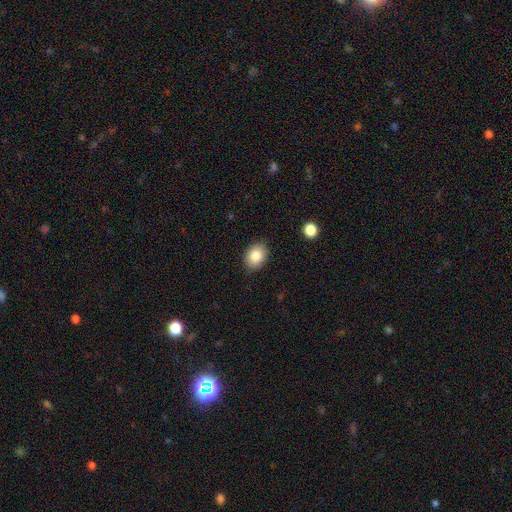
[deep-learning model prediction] A smooth galaxy with no disk features (84%) that is in between round and cigar-shaped (72%). Merging: none (86%).